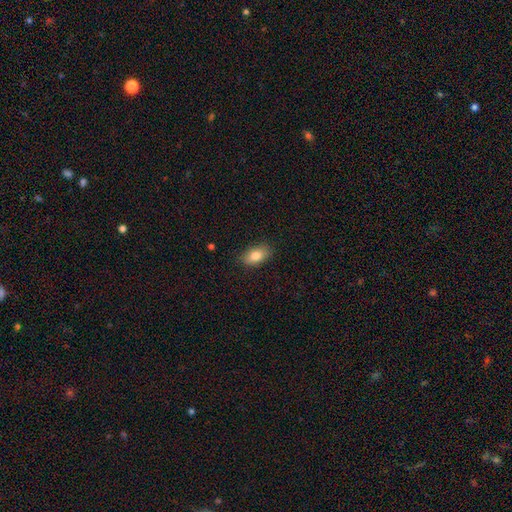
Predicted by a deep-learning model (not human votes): Smooth or featured? smooth (83%)
How rounded? in between (90%)
Merging? none (86%)